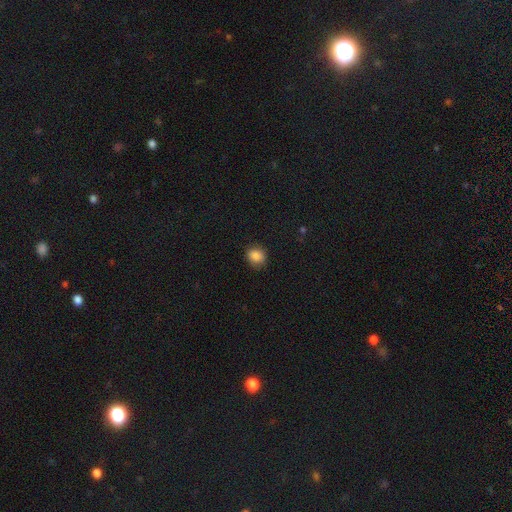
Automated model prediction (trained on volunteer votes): The model was most divided on "how rounded": round: 71%, in between: 28%, cigar-shaped: 1%. More confident: smooth or featured — smooth (86%); merging — none (85%).